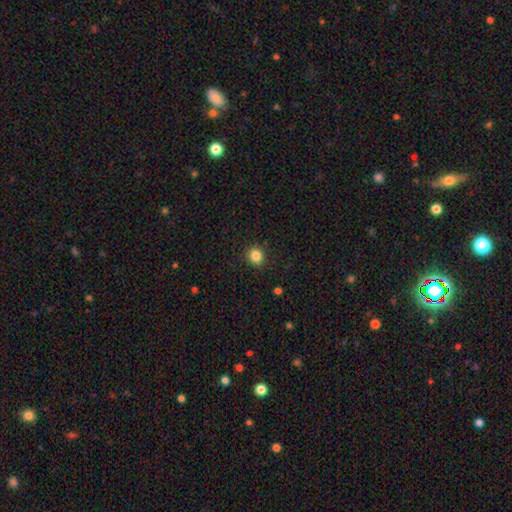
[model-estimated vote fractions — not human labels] smooth-or-featured: smooth: 85% | star or artifact: 11% | featured or disk: 4%
  how-rounded: round: 80% | in between: 19% | cigar-shaped: 1%
  merging: none: 91% | minor disturbance: 6% | major disturbance: 2% | merger: 1%